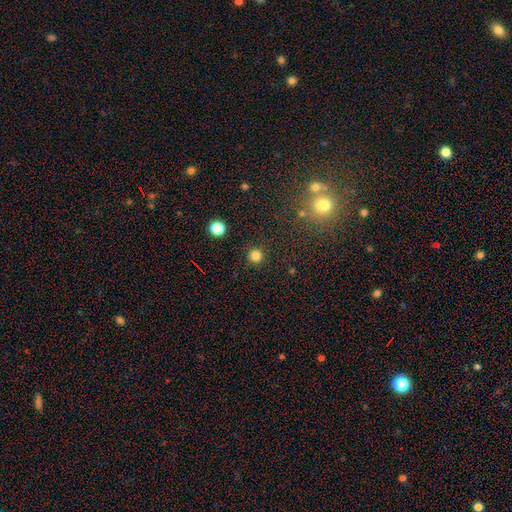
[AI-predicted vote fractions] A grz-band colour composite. It shows a smooth galaxy with no disk features (81%) that is round (95%). Merging: none (91%).